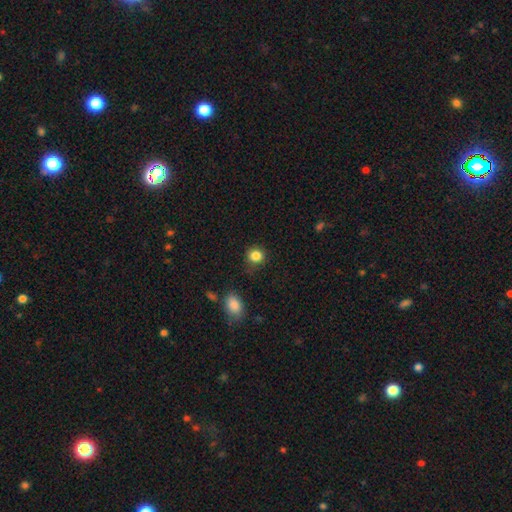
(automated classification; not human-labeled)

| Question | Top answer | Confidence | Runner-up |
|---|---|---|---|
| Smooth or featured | smooth | 85% | star or artifact (11%) |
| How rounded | round | 85% | in between (14%) |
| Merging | none | 80% | minor disturbance (14%) |